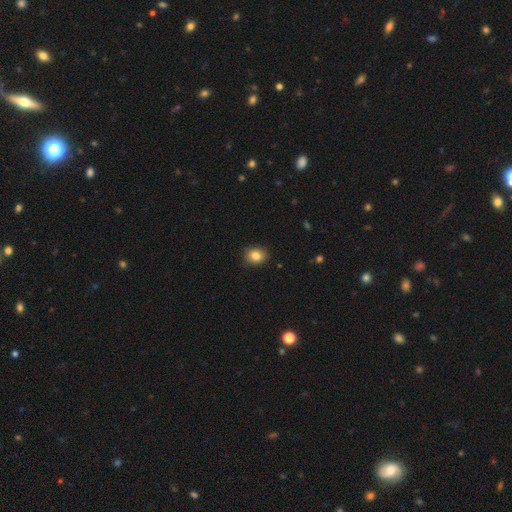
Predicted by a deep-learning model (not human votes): Morphology: type=smooth (84%); roundness=round (60%); merging=none (86%).